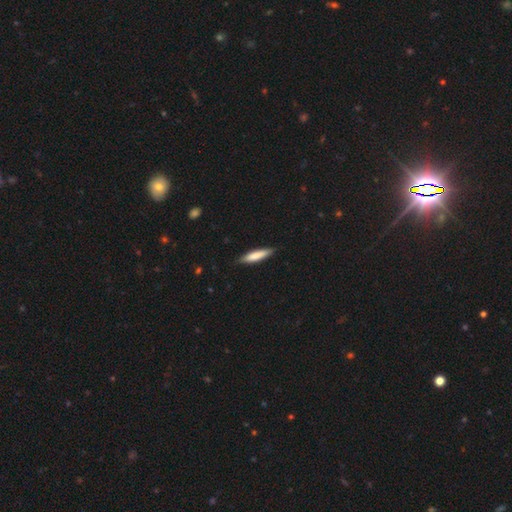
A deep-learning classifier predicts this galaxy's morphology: The model was most divided on "smooth or featured": smooth: 76%, featured or disk: 18%, star or artifact: 5%. More confident: merging — none (85%); how rounded — cigar-shaped (80%).